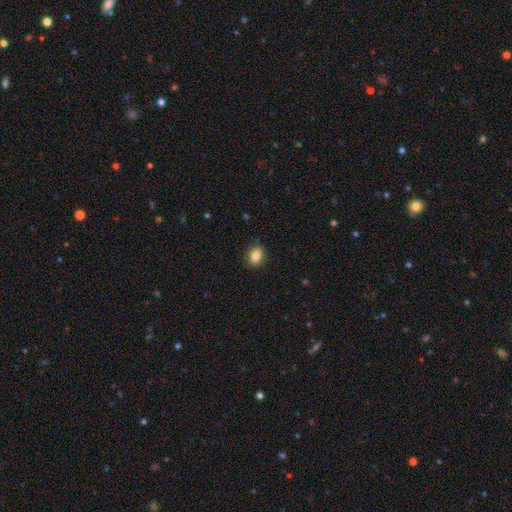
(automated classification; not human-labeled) Smooth or featured: smooth — 85% (star or artifact — 9%)
How rounded: in between — 65% (round — 34%)
Merging: none — 86% (minor disturbance — 11%)